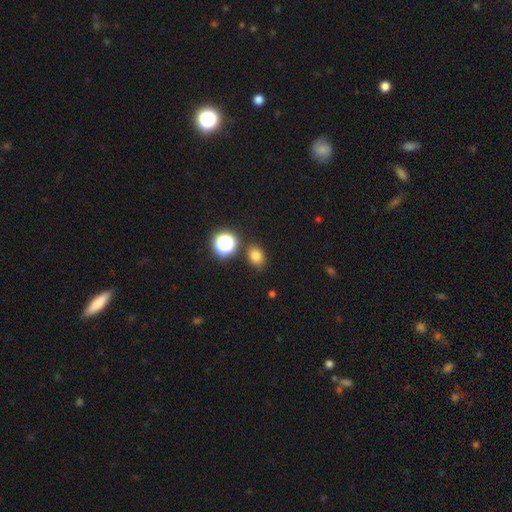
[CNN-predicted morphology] smooth-or-featured: smooth: 76% | star or artifact: 17% | featured or disk: 7%
  how-rounded: in between: 62% | round: 37% | cigar-shaped: 1%
  merging: none: 82% | minor disturbance: 10% | merger: 5% | major disturbance: 3%